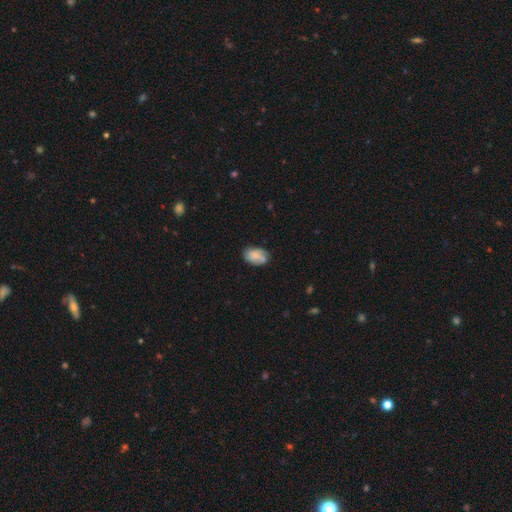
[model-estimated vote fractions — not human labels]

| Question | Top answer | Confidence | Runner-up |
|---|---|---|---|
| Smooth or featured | smooth | 68% | featured or disk (24%) |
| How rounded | in between | 88% | round (11%) |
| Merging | none | 64% | minor disturbance (25%) |